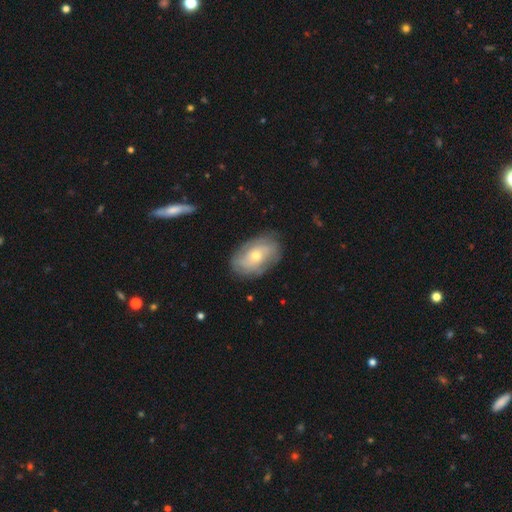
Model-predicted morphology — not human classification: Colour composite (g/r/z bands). It shows a featured or disk galaxy (62%) with no bar (76%), spiral arms (76%) and a small central bulge (49%). Merging: none (75%).